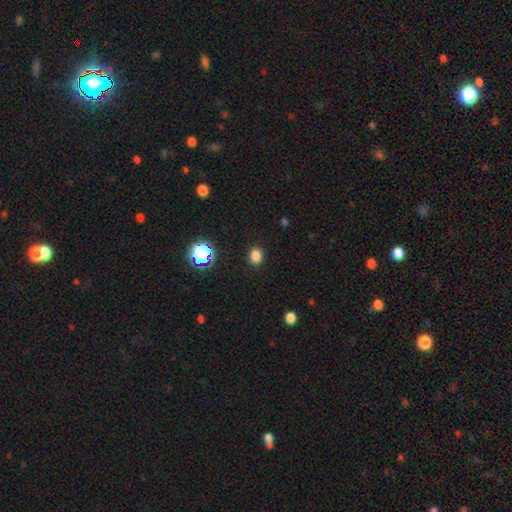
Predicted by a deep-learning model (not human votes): Smooth or featured: smooth — 81% (star or artifact — 15%)
How rounded: round — 59% (in between — 40%)
Merging: none — 89% (minor disturbance — 7%)